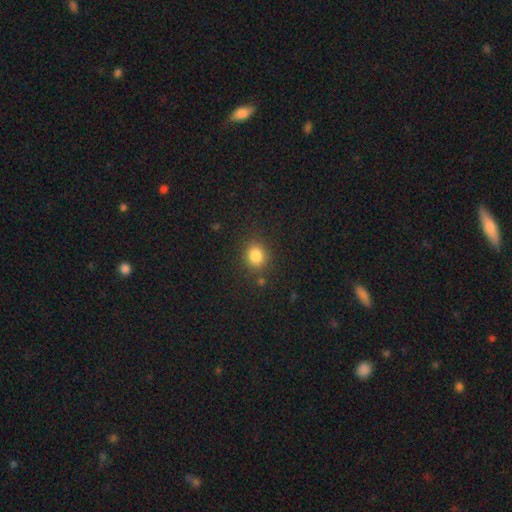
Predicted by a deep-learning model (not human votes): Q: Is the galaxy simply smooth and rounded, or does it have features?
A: smooth — 84%.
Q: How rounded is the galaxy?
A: round — 72%.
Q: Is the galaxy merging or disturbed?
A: none — 83%.